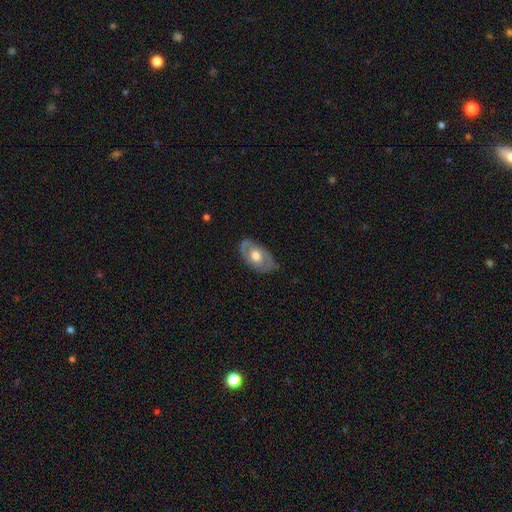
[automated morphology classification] Smooth or featured: featured or disk — 58% (smooth — 36%)
Edge-on disk: no — 89% (yes — 11%)
Bar: no — 77% (weak — 19%)
Spiral arms: no — 52% (yes — 48%)
Bulge size: moderate — 72% (large — 17%)
Merging: none — 74% (minor disturbance — 20%)